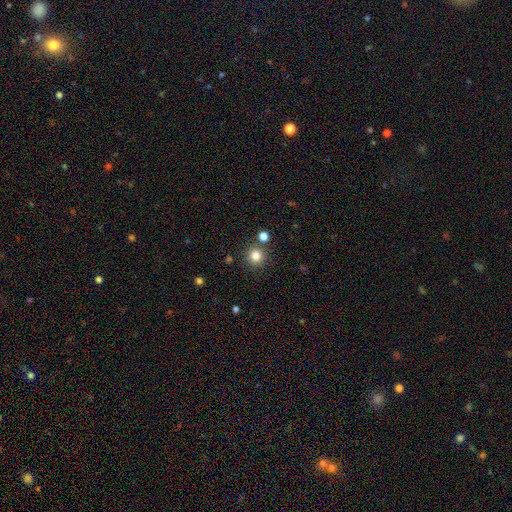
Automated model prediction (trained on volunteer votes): Smooth or featured?
  - smooth: 82% *
  - star or artifact: 13%
  - featured or disk: 5%
How rounded?
  - round: 94% *
  - in between: 5%
  - cigar-shaped: 1%
Merging?
  - none: 85% *
  - merger: 7%
  - minor disturbance: 6%
  - major disturbance: 2%